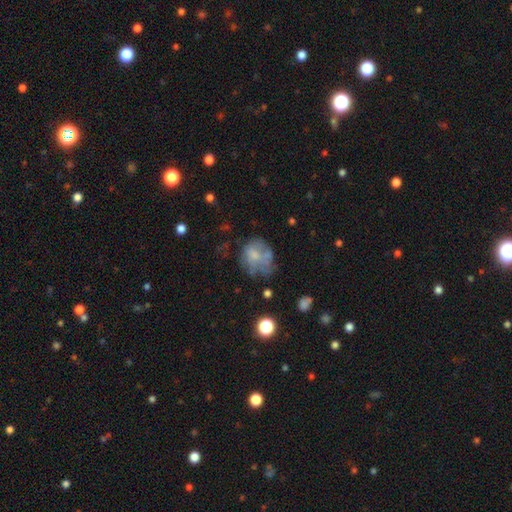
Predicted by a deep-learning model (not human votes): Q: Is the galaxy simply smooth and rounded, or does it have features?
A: smooth — 46%.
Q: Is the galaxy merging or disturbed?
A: none — 43%.